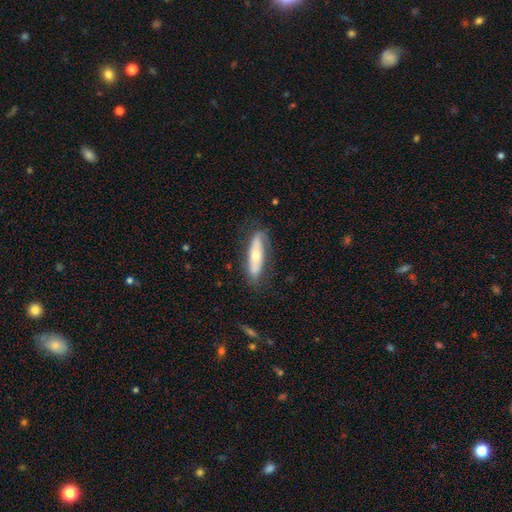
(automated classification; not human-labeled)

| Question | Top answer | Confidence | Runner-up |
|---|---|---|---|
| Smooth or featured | smooth | 48% | featured or disk (46%) |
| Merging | none | 74% | minor disturbance (18%) |